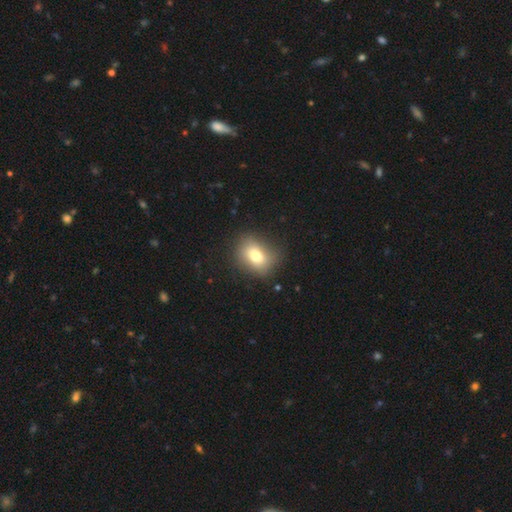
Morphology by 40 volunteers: Q: Smooth or featured?
A: smooth (65%); runner-up: featured or disk (22%)
Q: How rounded?
A: in between (54%); runner-up: round (42%)
Q: Merging?
A: none (69%); runner-up: minor disturbance (20%)